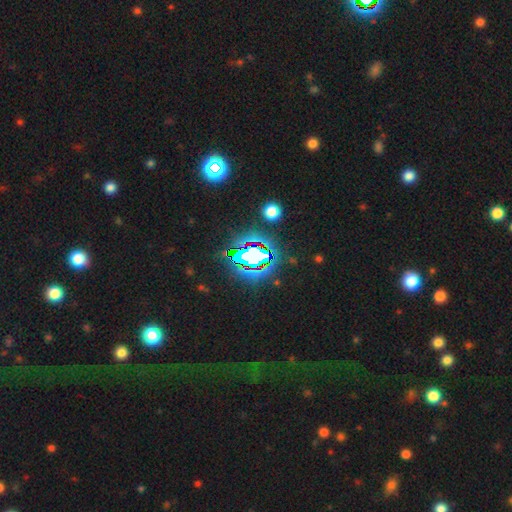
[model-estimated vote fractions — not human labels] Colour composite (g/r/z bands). It shows a star or artifact, not a galaxy (75%).